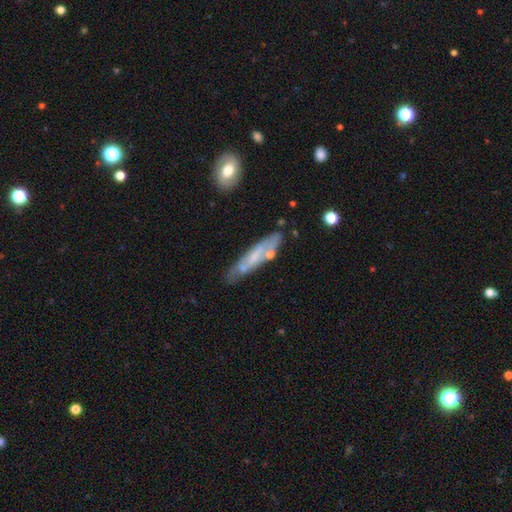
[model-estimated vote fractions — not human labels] smooth-or-featured: featured or disk: 52% | smooth: 40% | star or artifact: 8%
  disk-edge-on: yes: 51% | no: 49%
  merging: none: 62% | minor disturbance: 23% | merger: 7% | major disturbance: 7%